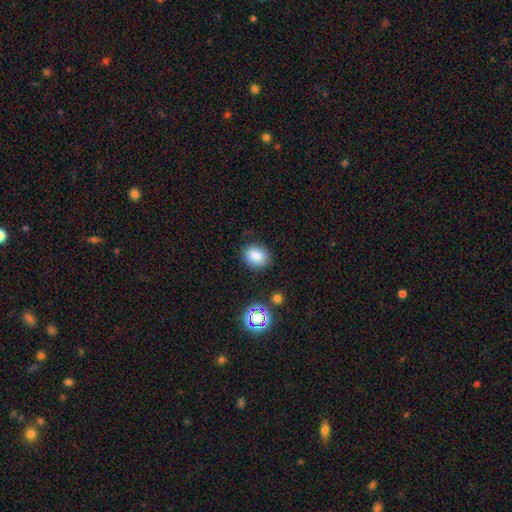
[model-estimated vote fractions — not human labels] A smooth galaxy with no disk features (82%) that is round (52%). Merging: none (83%).